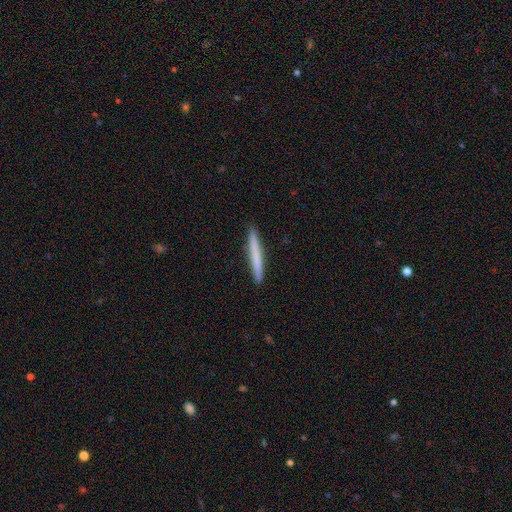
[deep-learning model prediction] Smooth or featured: smooth — 69% (featured or disk — 26%)
How rounded: cigar-shaped — 97% (in between — 2%)
Merging: none — 92% (minor disturbance — 5%)